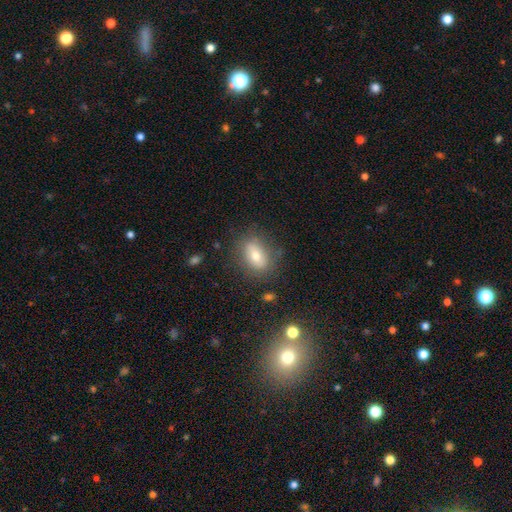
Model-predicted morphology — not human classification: Smooth or featured? smooth (67%)
How rounded? in between (78%)
Merging? none (79%)